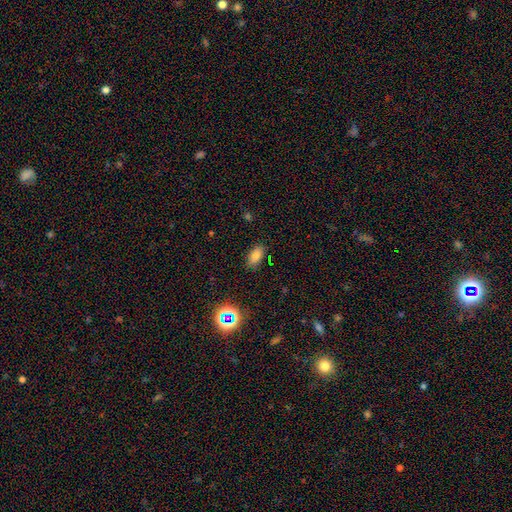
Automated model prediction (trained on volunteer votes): The model was most divided on "smooth or featured": smooth: 78%, star or artifact: 14%, featured or disk: 7%. More confident: how rounded — in between (88%); merging — none (85%).